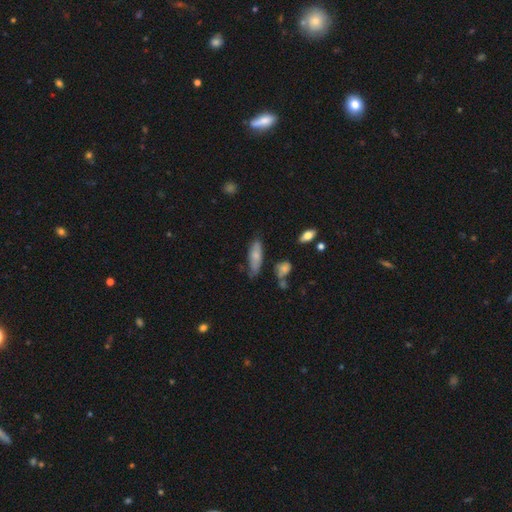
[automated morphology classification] The model was most divided on "how rounded": in between: 54%, cigar-shaped: 43%, round: 2%. More confident: smooth or featured — smooth (72%); merging — none (59%).